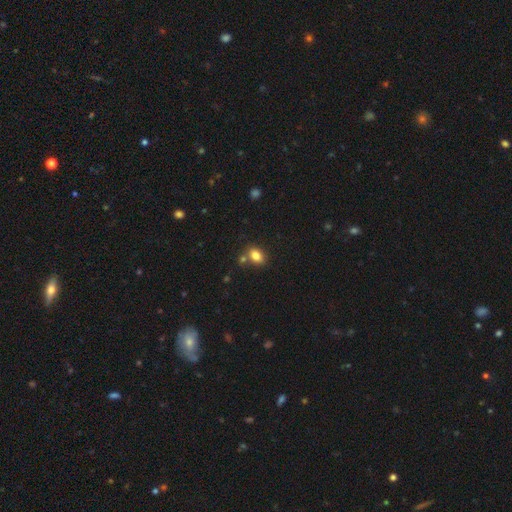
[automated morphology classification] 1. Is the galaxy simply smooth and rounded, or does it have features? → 83% smooth, 10% star or artifact, 8% featured or disk.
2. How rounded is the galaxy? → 78% in between, 21% round, 1% cigar-shaped.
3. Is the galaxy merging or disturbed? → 69% none, 15% merger, 13% minor disturbance, 3% major disturbance.